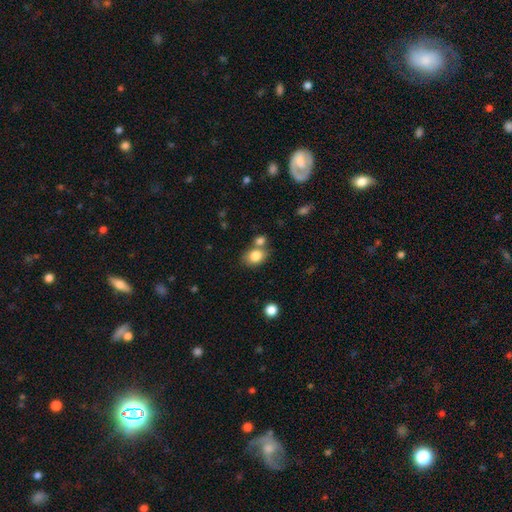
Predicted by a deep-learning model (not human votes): Smooth or featured: smooth — 82% (star or artifact — 9%)
How rounded: in between — 62% (round — 37%)
Merging: none — 56% (merger — 27%)